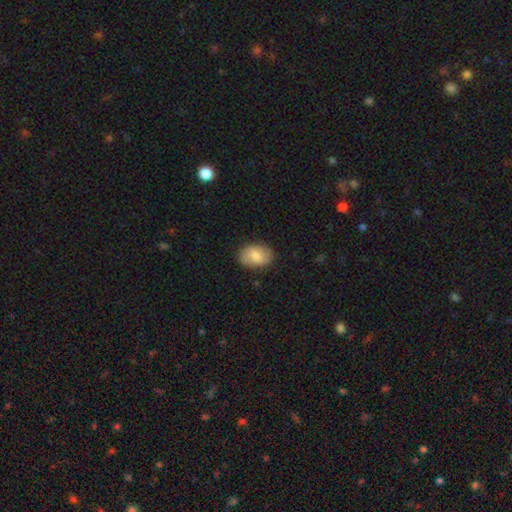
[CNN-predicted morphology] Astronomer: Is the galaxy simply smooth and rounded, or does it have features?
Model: smooth — 79%.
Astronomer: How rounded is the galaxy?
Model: in between — 81%.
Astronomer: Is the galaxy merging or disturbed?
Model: none — 85%.